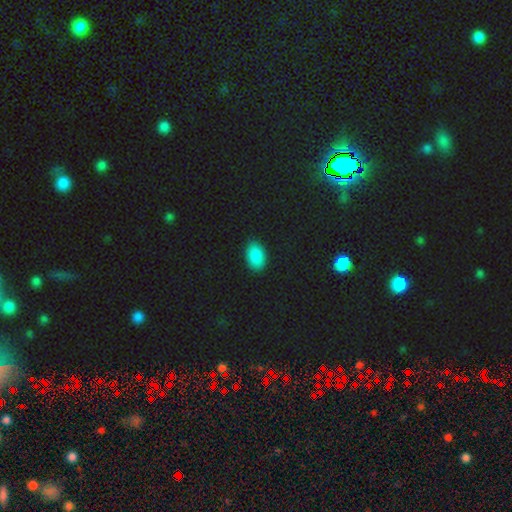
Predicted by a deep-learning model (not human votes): Smooth or featured: smooth — 87% (star or artifact — 10%)
How rounded: in between — 91% (round — 7%)
Merging: none — 88% (minor disturbance — 9%)